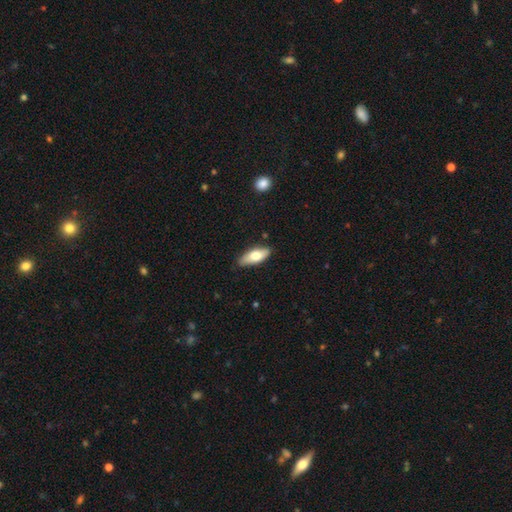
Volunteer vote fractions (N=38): This is likely a smooth galaxy (79%). How rounded: clearly in between (90%). Merging: clearly none (81%).